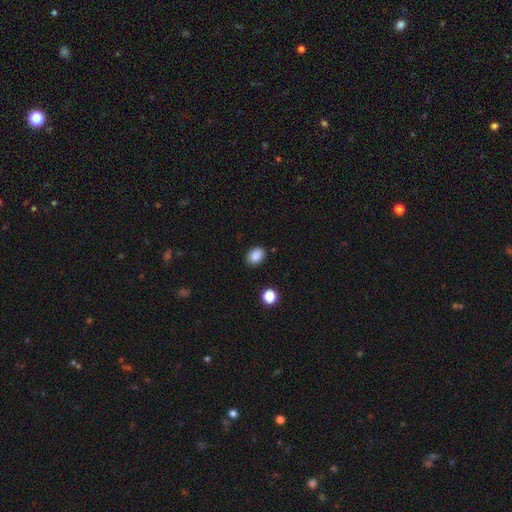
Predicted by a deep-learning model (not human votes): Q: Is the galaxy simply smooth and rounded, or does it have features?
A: smooth — 87%.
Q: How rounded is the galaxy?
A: in between — 70%.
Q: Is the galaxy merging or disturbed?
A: none — 86%.